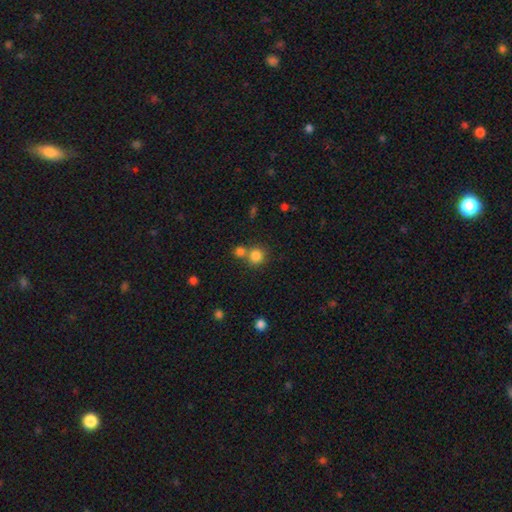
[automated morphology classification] smooth_or_featured: smooth (p=0.82) [alt: star or artifact p=0.12]
how_rounded: round (p=0.91) [alt: in between p=0.08]
merging: none (p=0.59) [alt: merger p=0.31]